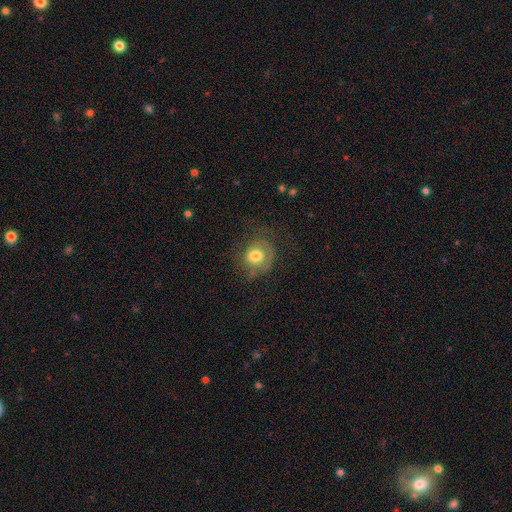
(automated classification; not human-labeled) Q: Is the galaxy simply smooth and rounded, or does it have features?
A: smooth — 55%.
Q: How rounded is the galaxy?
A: round — 74%.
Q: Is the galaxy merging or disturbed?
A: none — 56%.